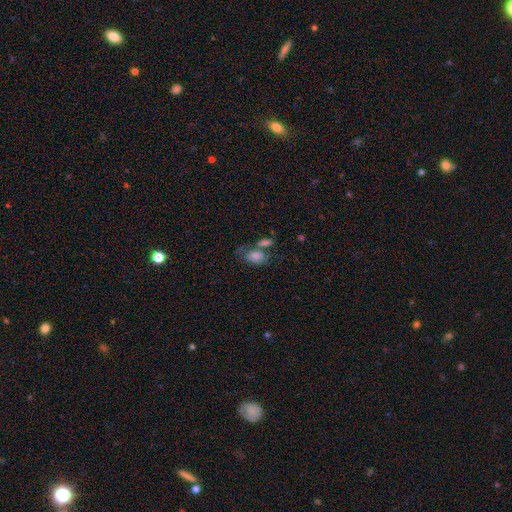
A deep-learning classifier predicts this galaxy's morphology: The model was most divided on "merging": none: 37%, merger: 32%, minor disturbance: 18%, major disturbance: 14%. More confident: how rounded — in between (84%); smooth or featured — smooth (70%).